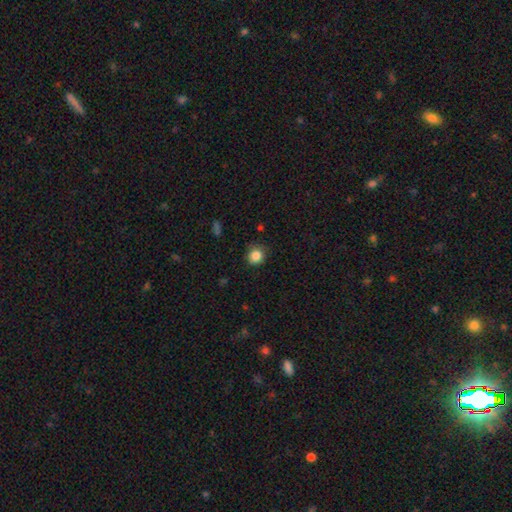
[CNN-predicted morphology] smooth 85%, star or artifact 11%, featured or disk 4%. Down the decision tree: how rounded — round (86%); merging — none (78%).